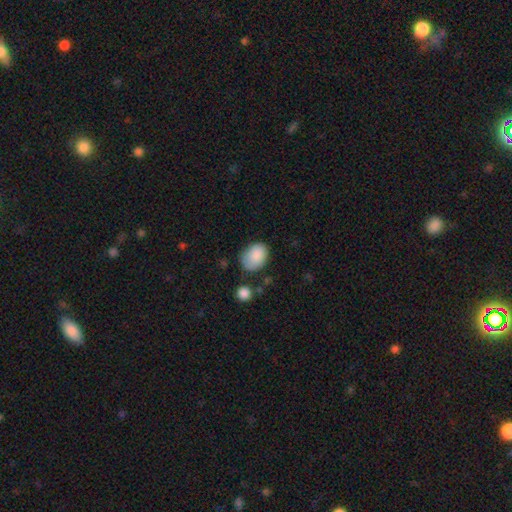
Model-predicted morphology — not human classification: Smooth or featured? Predicted: smooth (p=0.87). How rounded? Predicted: in between (p=0.74). Merging? Predicted: none (p=0.59).